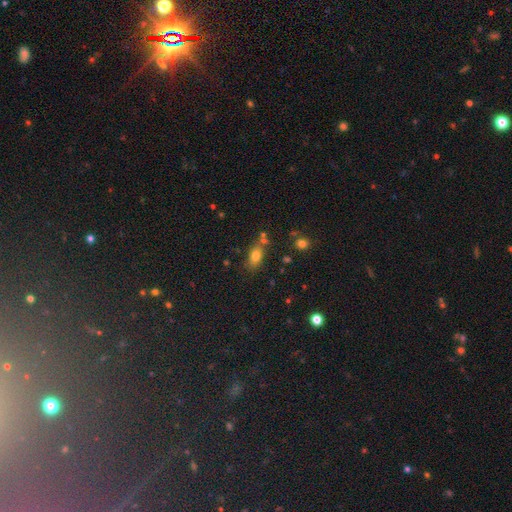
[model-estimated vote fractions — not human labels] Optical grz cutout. It shows a smooth galaxy with no disk features (75%) that is in between round and cigar-shaped (80%). Merging: none (67%).